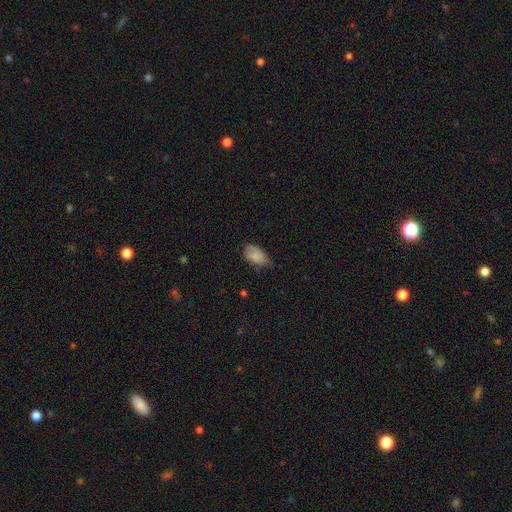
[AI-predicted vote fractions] Smooth or featured? Predicted: smooth (p=0.77). How rounded? Predicted: in between (p=0.92). Merging? Predicted: none (p=0.53).